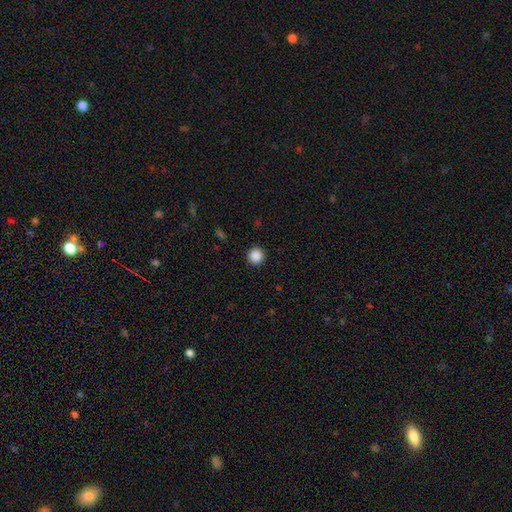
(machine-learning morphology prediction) Smooth or featured? Predicted: smooth (p=0.88). How rounded? Predicted: round (p=0.94). Merging? Predicted: none (p=0.92).